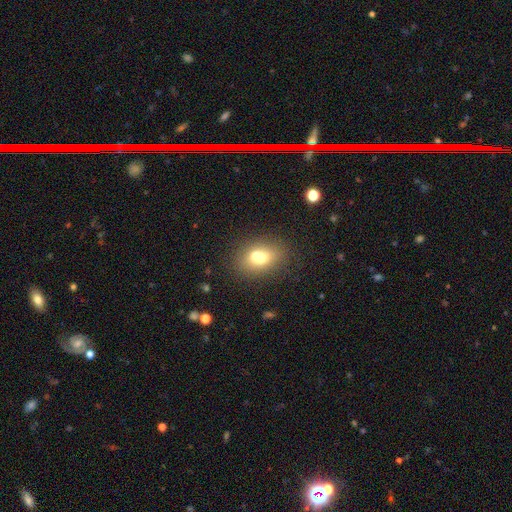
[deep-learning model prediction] Q: Smooth or featured?
A: smooth (64%); runner-up: featured or disk (24%)
Q: How rounded?
A: in between (59%); runner-up: round (40%)
Q: Merging?
A: merger (46%); runner-up: none (41%)